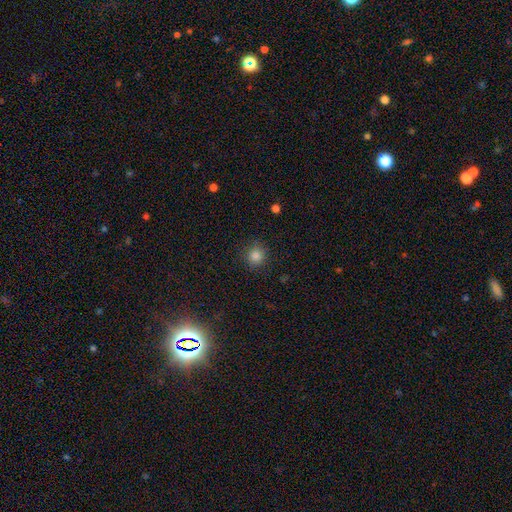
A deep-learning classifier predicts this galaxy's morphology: The model was most divided on "smooth or featured": smooth: 84%, star or artifact: 12%, featured or disk: 4%. More confident: how rounded — round (91%); merging — none (88%).